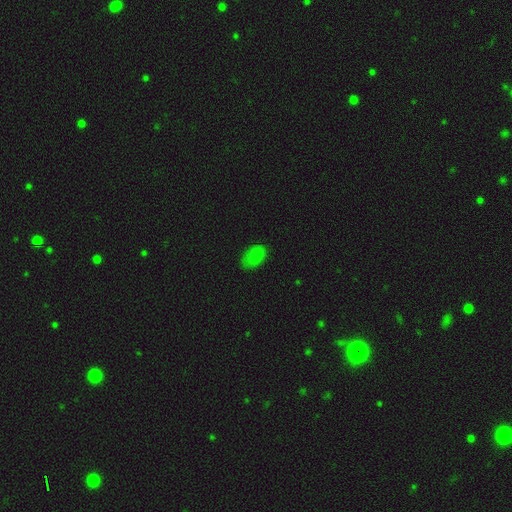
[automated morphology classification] smooth-or-featured: smooth: 81% | star or artifact: 12% | featured or disk: 7%
  how-rounded: in between: 91% | round: 7% | cigar-shaped: 2%
  merging: none: 69% | minor disturbance: 24% | major disturbance: 6% | merger: 1%